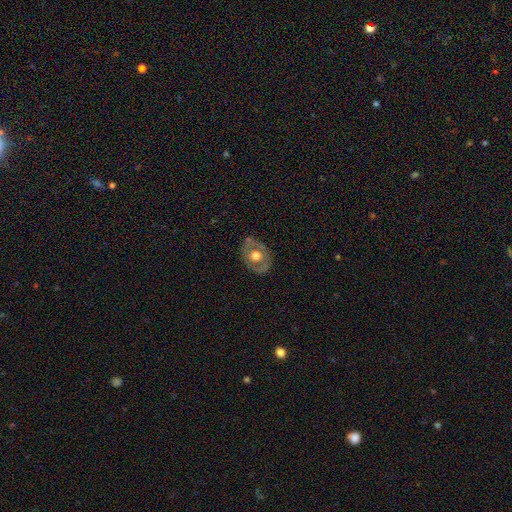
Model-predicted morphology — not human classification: featured or disk 53%, smooth 40%, star or artifact 6%. Down the decision tree: edge-on disk — no (93%); merging — none (76%).